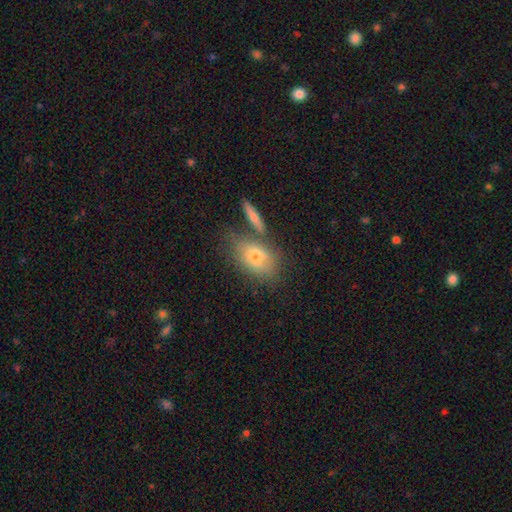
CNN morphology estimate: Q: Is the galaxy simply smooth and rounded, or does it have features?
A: smooth — 66%.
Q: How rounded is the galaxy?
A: in between — 79%.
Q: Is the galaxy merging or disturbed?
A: none — 54%.